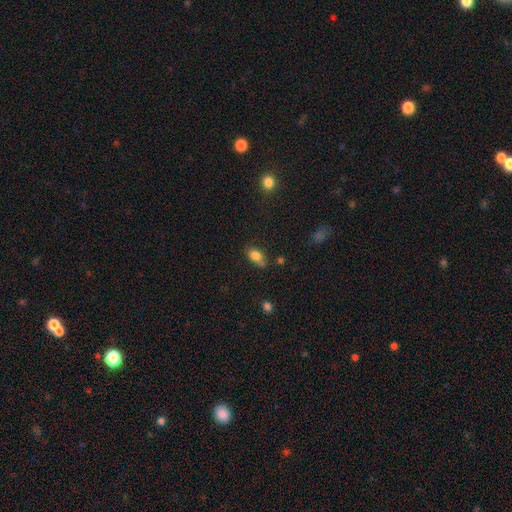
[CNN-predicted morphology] type=smooth (81%); roundness=in between (82%); merging=none (55%).